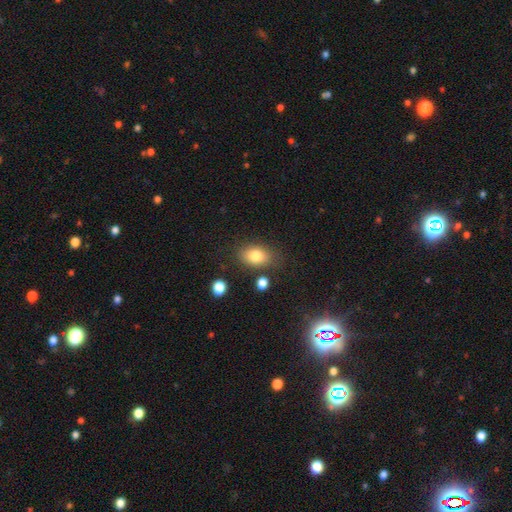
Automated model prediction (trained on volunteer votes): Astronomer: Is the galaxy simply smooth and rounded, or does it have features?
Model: smooth — 81%.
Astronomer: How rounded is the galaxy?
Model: in between — 79%.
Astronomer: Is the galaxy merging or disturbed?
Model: none — 76%.